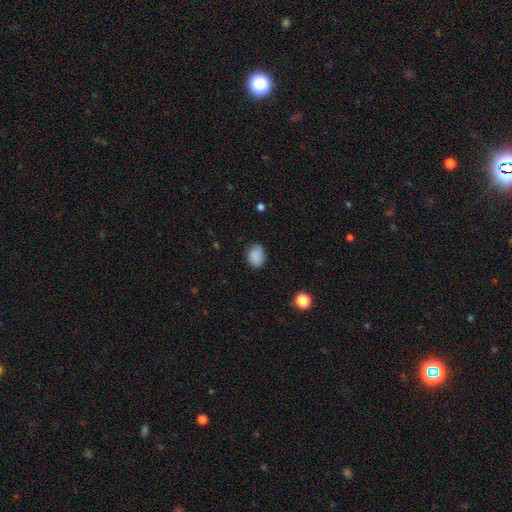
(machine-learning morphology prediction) This appears to be a smooth galaxy with no disk features (87%) that is in between round and cigar-shaped (60%). Merging: none (77%).